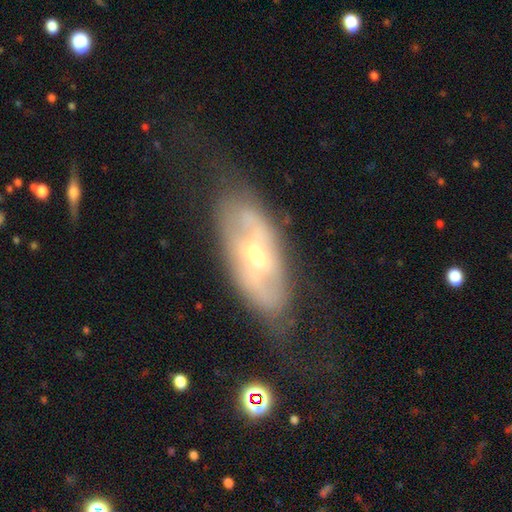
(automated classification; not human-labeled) A featured or disk galaxy (63%) with a weak bar (40%), no spiral arms (51%) and a moderate central bulge (65%). Merging: none (61%).